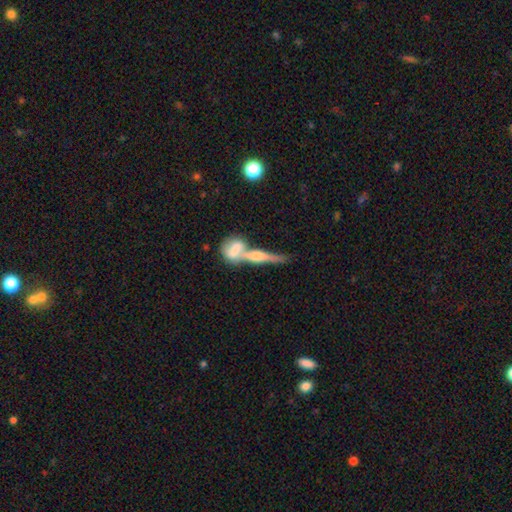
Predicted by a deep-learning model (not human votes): Smooth or featured? Predicted: featured or disk (p=0.54). Edge-on disk? Predicted: yes (p=0.75). Merging? Predicted: merger (p=0.56).